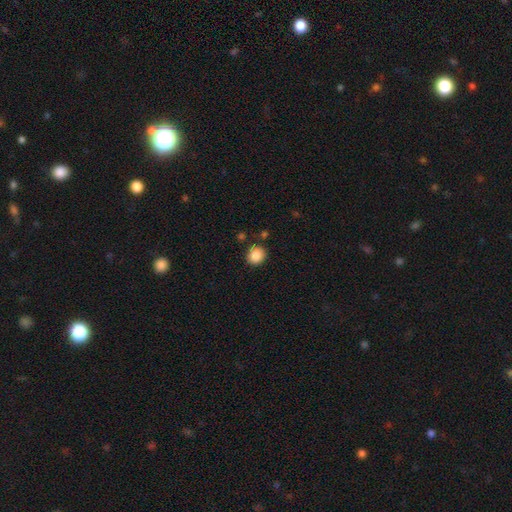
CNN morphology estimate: type=smooth (87%); roundness=round (82%); merging=none (85%).